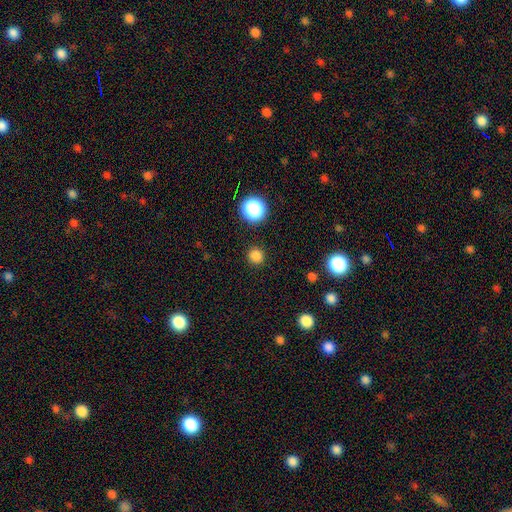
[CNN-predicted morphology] smooth 81%, star or artifact 16%, featured or disk 3%. Down the decision tree: how rounded — round (93%); merging — none (90%).